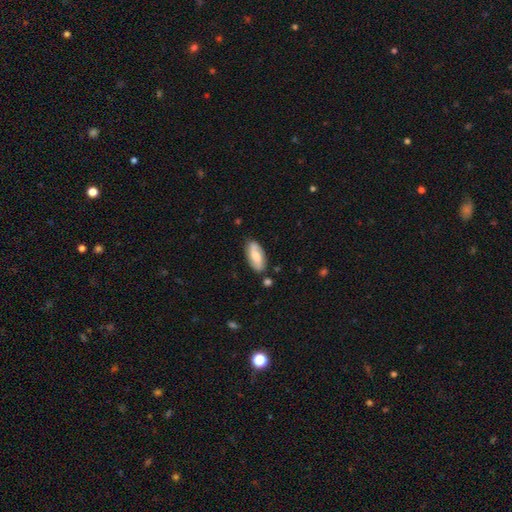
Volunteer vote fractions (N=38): Morphology: type=featured or disk (63%); edge-on=no (92%); bar=weak (45%); spiral arms=yes (86%); winding=medium (47%); arm count=2 (89%); bulge=moderate (45%); merging=none (86%).